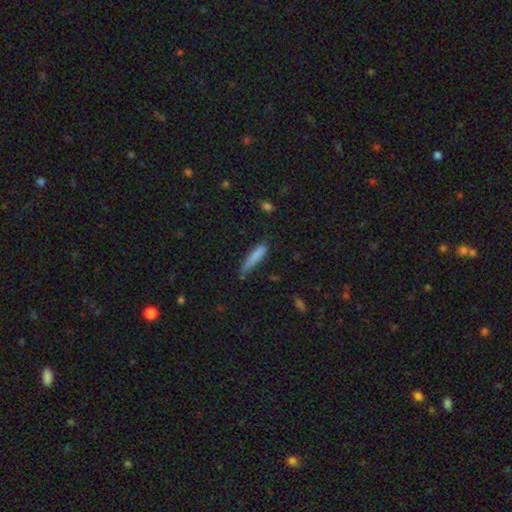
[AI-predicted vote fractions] smooth-or-featured: smooth: 81% | featured or disk: 12% | star or artifact: 7%
  how-rounded: cigar-shaped: 88% | in between: 11% | round: 1%
  merging: none: 60% | minor disturbance: 30% | major disturbance: 7% | merger: 3%